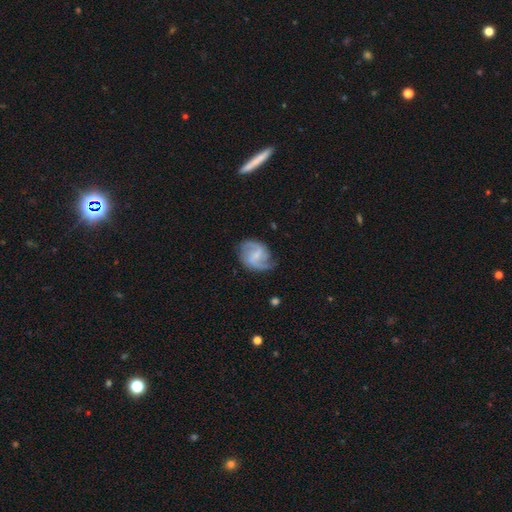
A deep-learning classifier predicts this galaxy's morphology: smooth_or_featured: featured or disk (p=0.80) [alt: smooth p=0.14]
disk_edge_on: no (p=0.98) [alt: yes p=0.02]
bar: weak (p=0.56) [alt: strong p=0.24]
has_spiral_arms: yes (p=0.95) [alt: no p=0.05]
spiral_winding: medium (p=0.49) [alt: loose p=0.33]
spiral_arm_count: 2 (p=0.86) [alt: can't tell p=0.05]
bulge_size: small (p=0.46) [alt: none p=0.31]
merging: none (p=0.72) [alt: minor disturbance p=0.19]